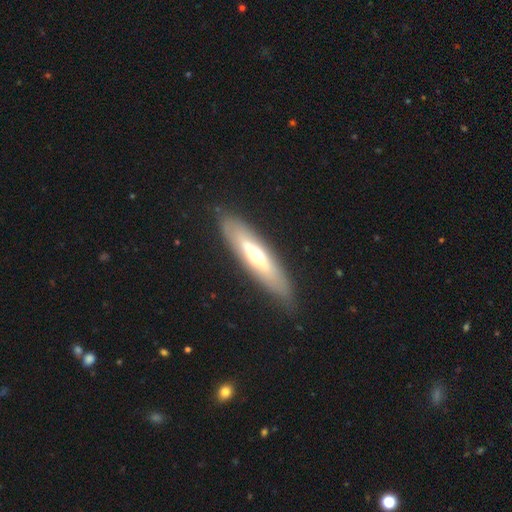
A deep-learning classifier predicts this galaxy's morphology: type=featured or disk (53%); edge-on=yes (57%); merging=none (82%).